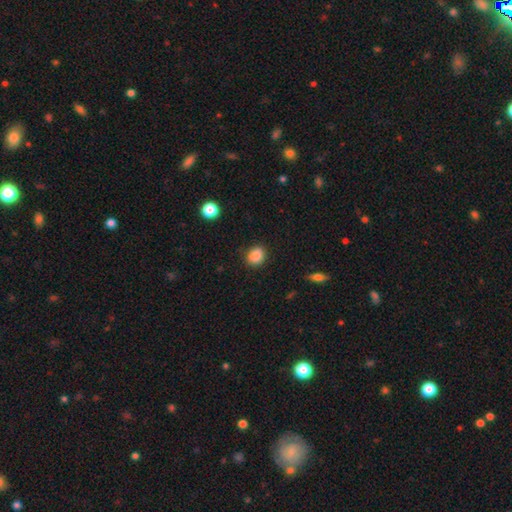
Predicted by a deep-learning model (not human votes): A smooth galaxy with no disk features (87%) that is round (61%).

Vote fractions:
- Smooth or featured? smooth: 87% / star or artifact: 9% / featured or disk: 4%
- How rounded? round: 61% / in between: 38% / cigar-shaped: 1%
- Merging? none: 85% / minor disturbance: 11% / major disturbance: 3% / merger: 1%